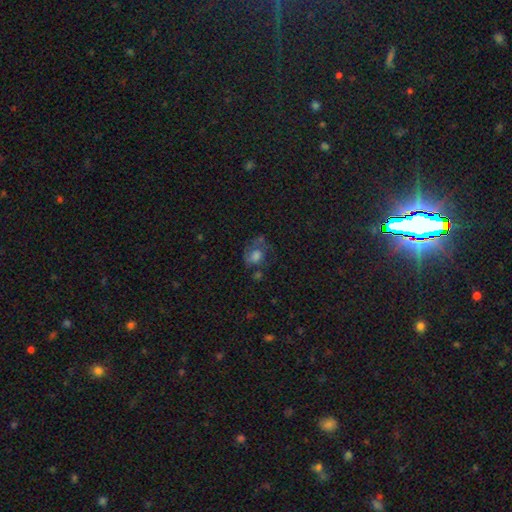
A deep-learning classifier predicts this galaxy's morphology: Smooth or featured? Predicted: smooth (p=0.52). How rounded? Predicted: in between (p=0.50). Merging? Predicted: none (p=0.37).